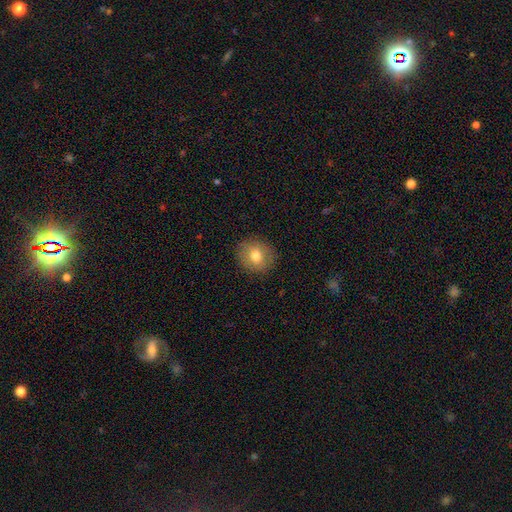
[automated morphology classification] smooth_or_featured: smooth (p=0.75) [alt: featured or disk p=0.15]
how_rounded: round (p=0.79) [alt: in between p=0.20]
merging: none (p=0.89) [alt: minor disturbance p=0.07]